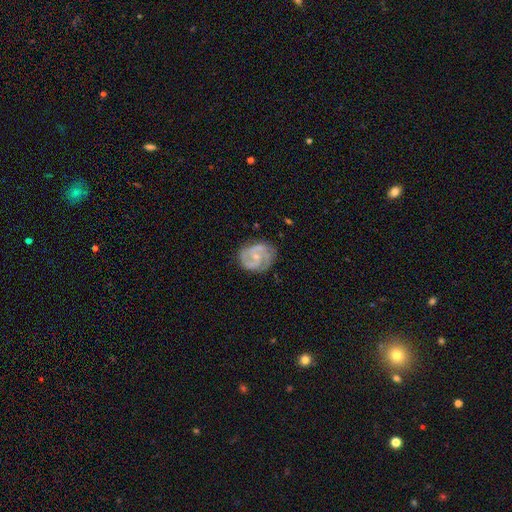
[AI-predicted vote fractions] Smooth or featured?
  - featured or disk: 83% *
  - smooth: 11%
  - star or artifact: 5%
Edge-on disk?
  - no: 98% *
  - yes: 2%
Bar?
  - no: 54% *
  - weak: 37%
  - strong: 8%
Spiral arms?
  - yes: 95% *
  - no: 5%
Spiral winding?
  - medium: 48% *
  - tight: 41%
  - loose: 12%
Spiral arm count?
  - 2: 71% *
  - 3: 14%
  - can't tell: 8%
  - 1: 3%
  - 4: 2%
  - more than 4: 2%
Bulge size?
  - small: 67% *
  - moderate: 28%
  - none: 4%
  - large: 1%
  - dominant: 1%
Merging?
  - none: 74% *
  - minor disturbance: 19%
  - major disturbance: 6%
  - merger: 1%